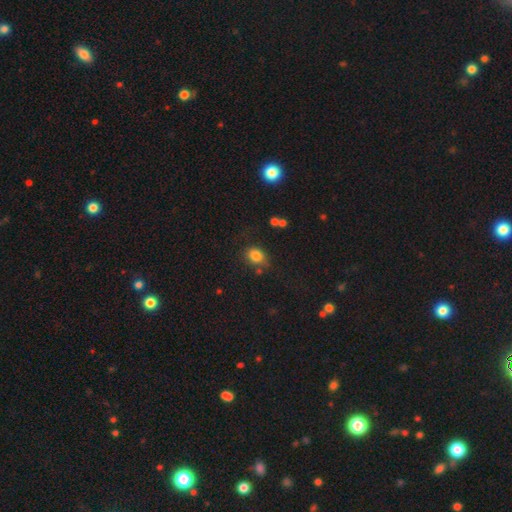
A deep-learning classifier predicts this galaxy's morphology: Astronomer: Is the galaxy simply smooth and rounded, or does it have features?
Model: smooth — 82%.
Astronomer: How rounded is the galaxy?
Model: in between — 52% (runner-up: round, 47%).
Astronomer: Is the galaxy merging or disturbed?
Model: none — 64%.